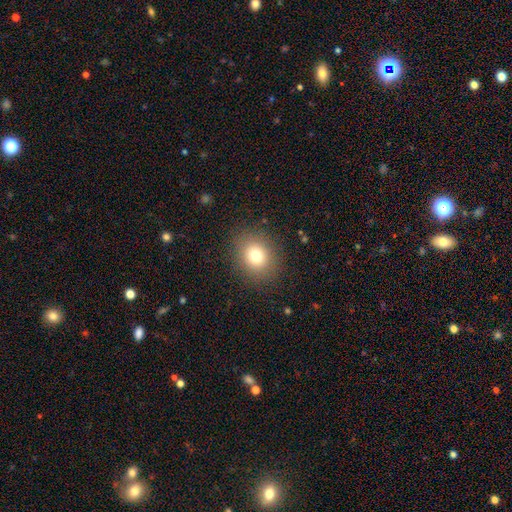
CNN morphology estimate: This appears to be a smooth galaxy with no disk features (77%) that is round (64%). Merging: none (87%).